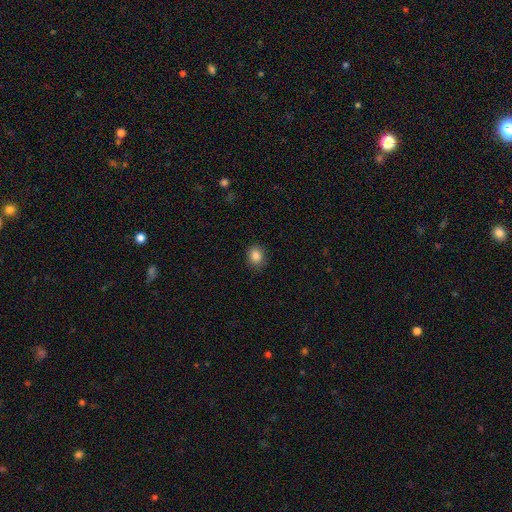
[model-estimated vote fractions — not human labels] Smooth or featured?
  - smooth: 86% *
  - star or artifact: 10%
  - featured or disk: 4%
How rounded?
  - round: 60% *
  - in between: 40%
  - cigar-shaped: 1%
Merging?
  - none: 87% *
  - minor disturbance: 9%
  - major disturbance: 2%
  - merger: 1%